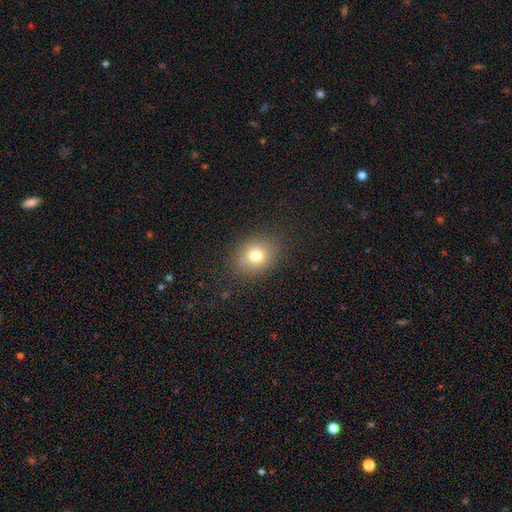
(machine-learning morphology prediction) Q: Smooth or featured?
A: smooth (74%); runner-up: star or artifact (14%)
Q: How rounded?
A: round (58%); runner-up: in between (41%)
Q: Merging?
A: none (82%); runner-up: minor disturbance (12%)